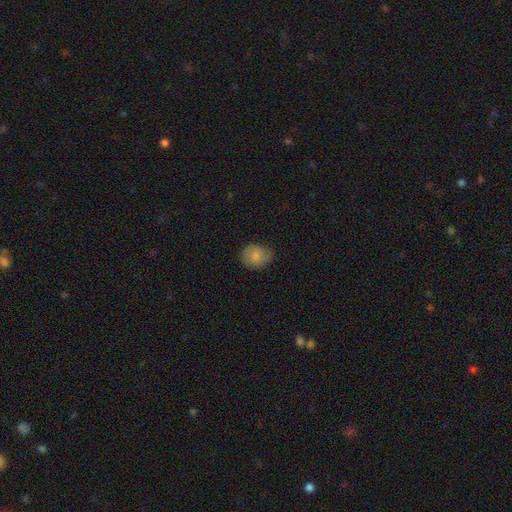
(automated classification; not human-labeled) Overall: smooth (80%). How rounded: round (54%; in between 45%). Merging: none (70%).